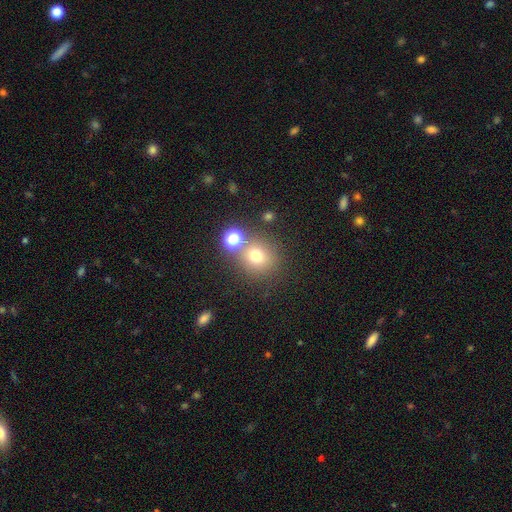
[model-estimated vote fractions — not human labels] The model was most divided on "smooth or featured": smooth: 71%, star or artifact: 19%, featured or disk: 10%. More confident: how rounded — round (88%); merging — none (71%).